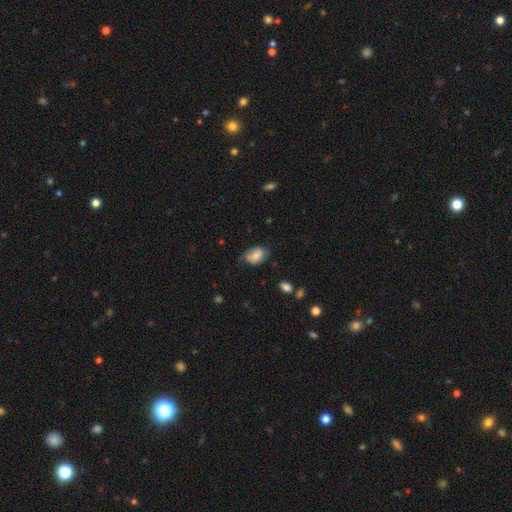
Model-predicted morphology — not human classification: smooth-or-featured: smooth: 74% | featured or disk: 18% | star or artifact: 8%
  how-rounded: in between: 84% | round: 15% | cigar-shaped: 1%
  merging: none: 55% | minor disturbance: 33% | major disturbance: 11% | merger: 2%